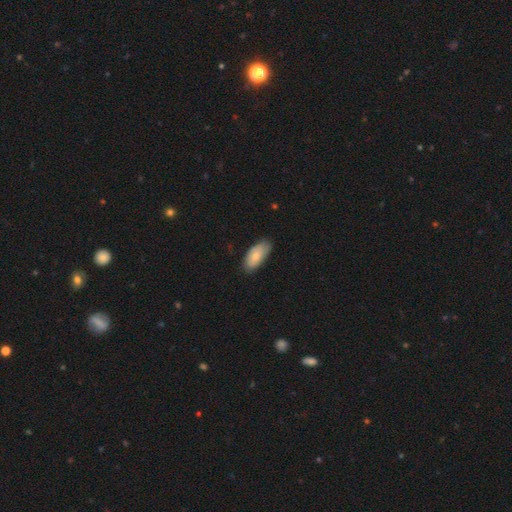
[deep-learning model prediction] smooth 77%, featured or disk 17%, star or artifact 6%. Down the decision tree: how rounded — in between (92%); merging — none (74%).